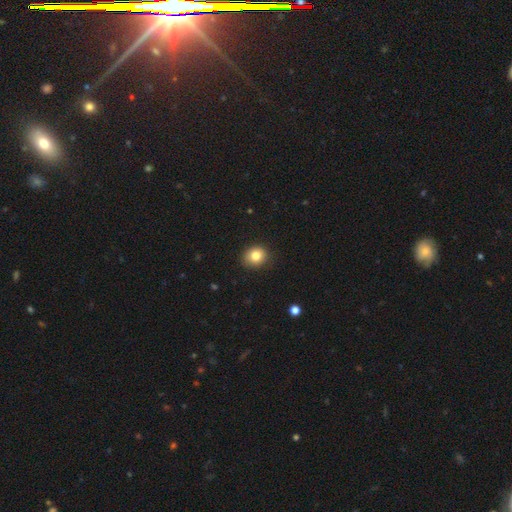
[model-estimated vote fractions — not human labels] smooth-or-featured: smooth: 83% | star or artifact: 10% | featured or disk: 7%
  how-rounded: round: 68% | in between: 32% | cigar-shaped: 1%
  merging: none: 87% | minor disturbance: 10% | major disturbance: 2% | merger: 1%